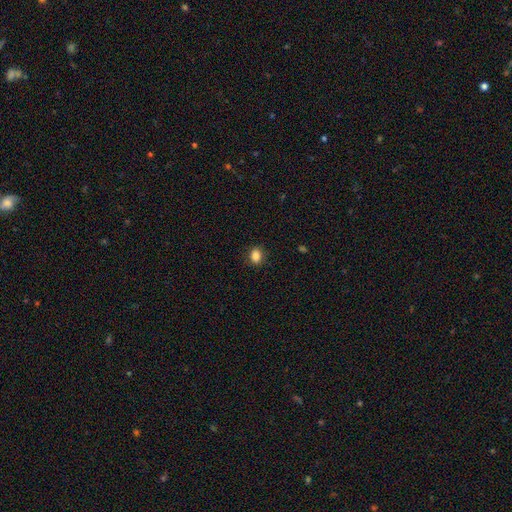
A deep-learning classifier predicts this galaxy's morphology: A smooth galaxy with no disk features (86%) that is in between round and cigar-shaped (64%).

Vote fractions:
- Smooth or featured? smooth: 86% / star or artifact: 10% / featured or disk: 4%
- How rounded? in between: 64% / round: 35% / cigar-shaped: 1%
- Merging? none: 86% / minor disturbance: 10% / major disturbance: 3% / merger: 1%